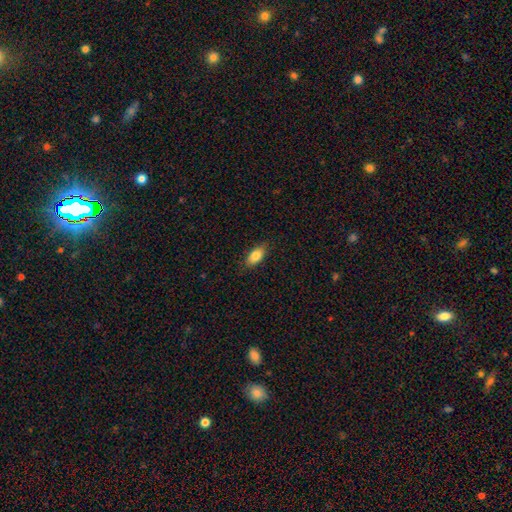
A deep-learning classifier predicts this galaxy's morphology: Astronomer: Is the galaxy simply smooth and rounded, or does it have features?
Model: smooth — 82%.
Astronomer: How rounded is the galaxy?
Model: in between — 89%.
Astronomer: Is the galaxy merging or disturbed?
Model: none — 83%.